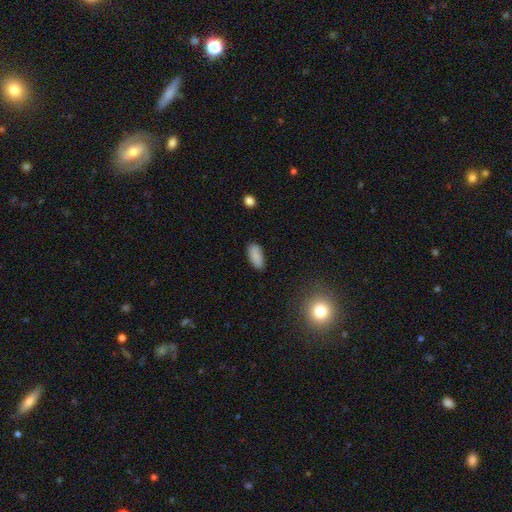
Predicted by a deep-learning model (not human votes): smooth 87%, star or artifact 8%, featured or disk 5%. Down the decision tree: how rounded — in between (88%); merging — none (84%).